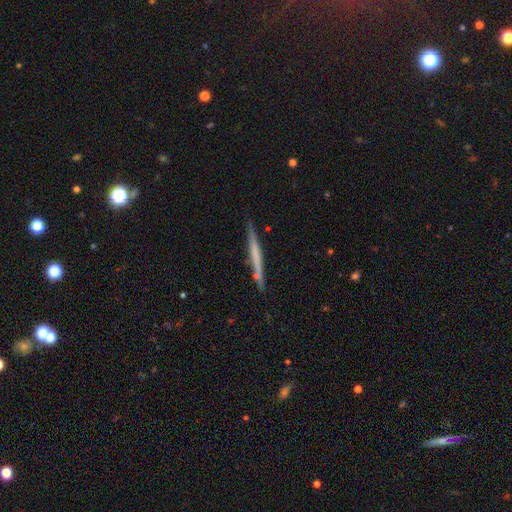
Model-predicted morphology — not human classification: featured or disk 53%, smooth 41%, star or artifact 5%. Down the decision tree: edge-on disk — yes (97%); edge-on bulge — none (80%); merging — none (85%).